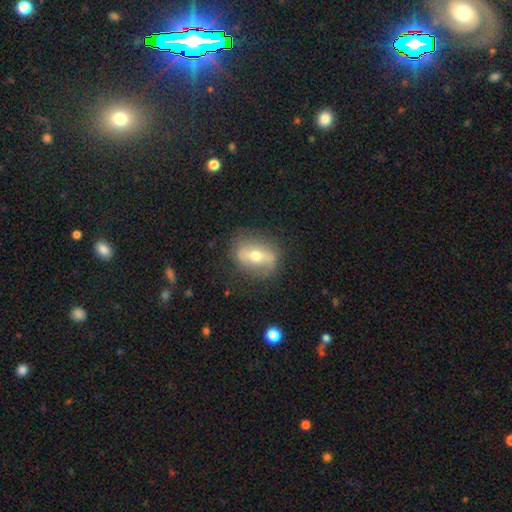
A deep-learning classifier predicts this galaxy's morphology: Smooth or featured: featured or disk — 59% (smooth — 32%)
Edge-on disk: no — 78% (yes — 22%)
Merging: none — 79% (minor disturbance — 14%)